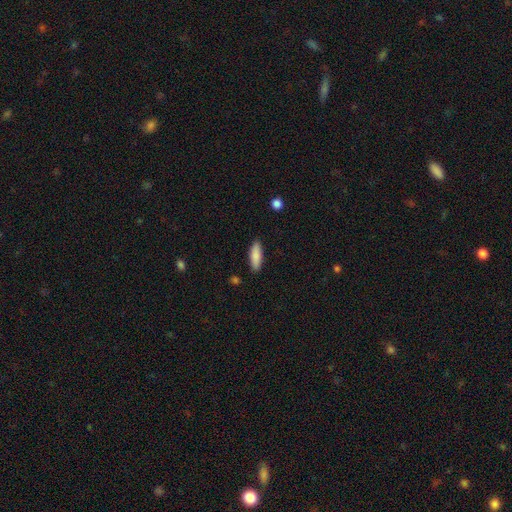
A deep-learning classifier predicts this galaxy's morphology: Smooth or featured: smooth — 86% (featured or disk — 8%)
How rounded: in between — 53% (cigar-shaped — 46%)
Merging: none — 88% (minor disturbance — 8%)